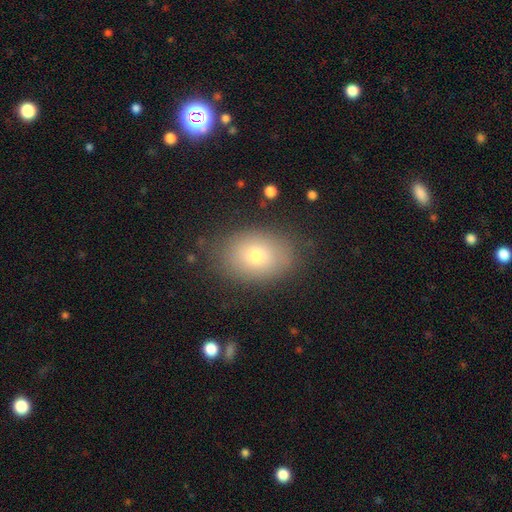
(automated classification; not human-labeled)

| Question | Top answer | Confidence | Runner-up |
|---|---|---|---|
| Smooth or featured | smooth | 73% | featured or disk (15%) |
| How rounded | in between | 72% | round (26%) |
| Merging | none | 81% | minor disturbance (13%) |